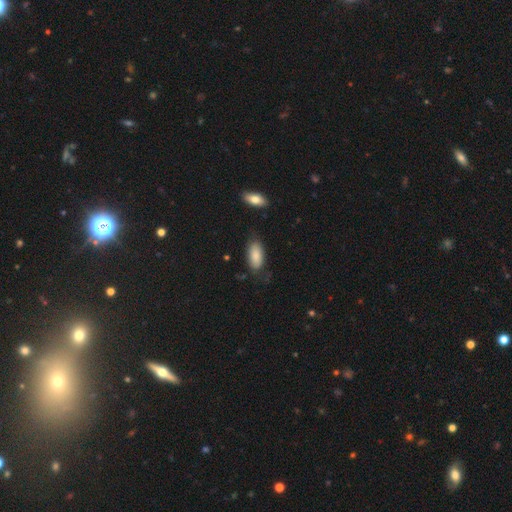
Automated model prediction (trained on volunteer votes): A smooth galaxy with no disk features (83%) that is in between round and cigar-shaped (91%). Merging: none (67%).